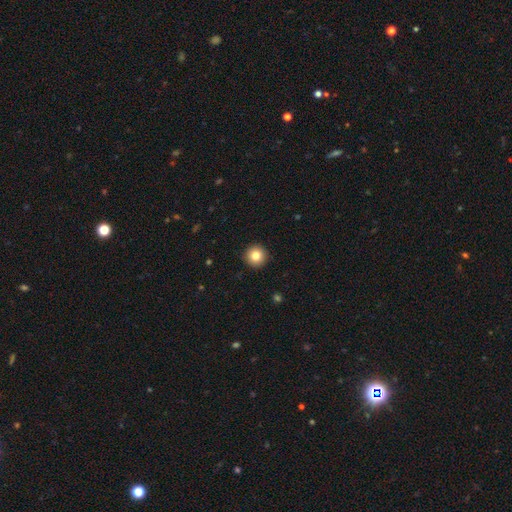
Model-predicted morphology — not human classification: Overall: smooth (82%). How rounded: round (96%). Merging: none (93%).